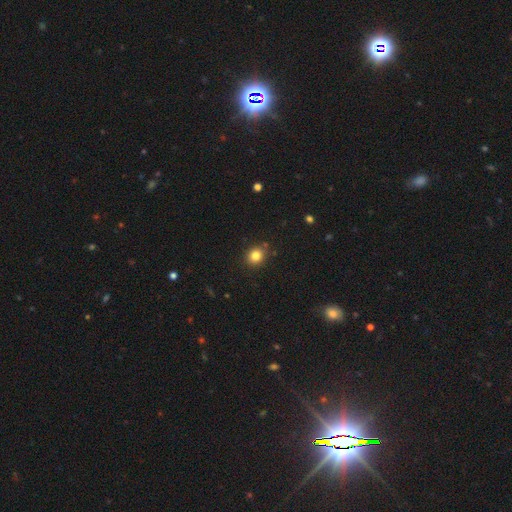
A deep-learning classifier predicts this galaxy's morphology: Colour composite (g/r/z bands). It shows a smooth galaxy with no disk features (83%) that is round (79%). Merging: none (85%).